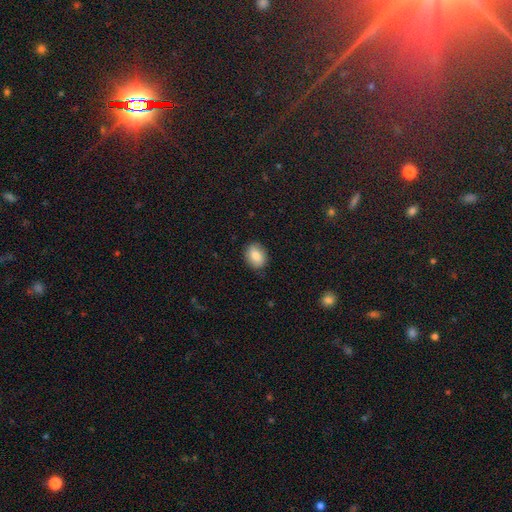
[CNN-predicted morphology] This is clearly a smooth galaxy (83%). How rounded: likely in between (62%). Merging: clearly none (85%).